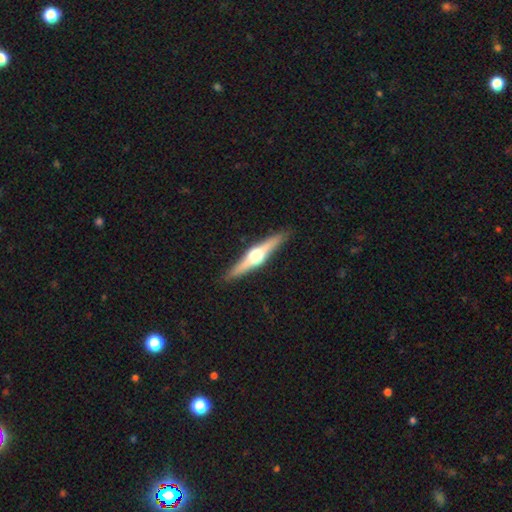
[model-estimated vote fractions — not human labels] smooth-or-featured: featured or disk: 77% | smooth: 19% | star or artifact: 5%
  disk-edge-on: yes: 98% | no: 2%
    edge-on-bulge: rounded: 96% | boxy: 3% | none: 1%
  merging: none: 91% | minor disturbance: 6% | major disturbance: 1% | merger: 1%